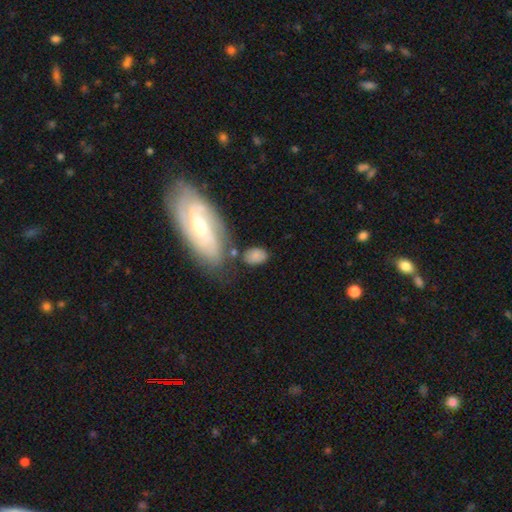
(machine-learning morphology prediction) smooth-or-featured: smooth: 78% | featured or disk: 13% | star or artifact: 9%
  how-rounded: in between: 86% | round: 12% | cigar-shaped: 2%
  merging: none: 60% | minor disturbance: 20% | merger: 12% | major disturbance: 8%